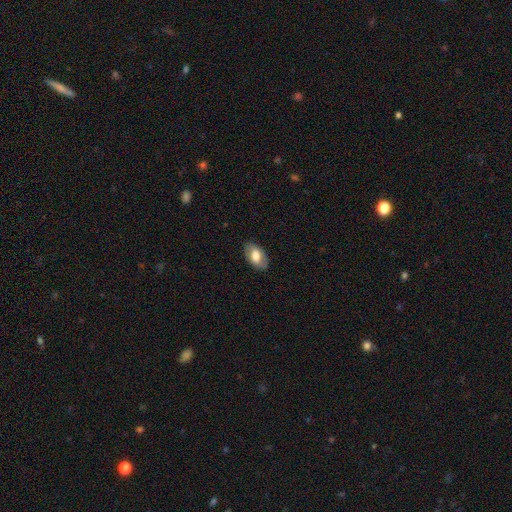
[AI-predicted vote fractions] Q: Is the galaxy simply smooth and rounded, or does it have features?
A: smooth — 65%.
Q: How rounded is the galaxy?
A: in between — 93%.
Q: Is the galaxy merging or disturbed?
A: none — 84%.